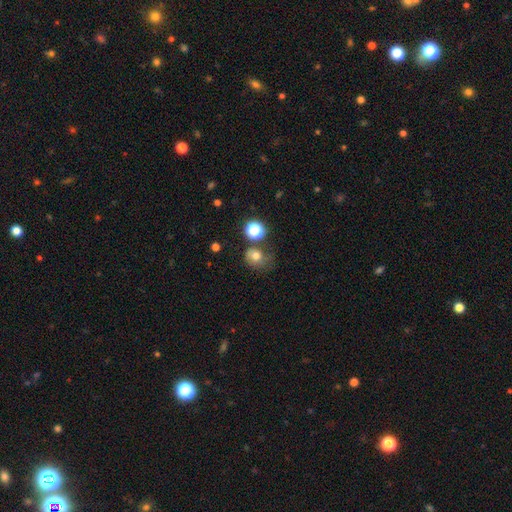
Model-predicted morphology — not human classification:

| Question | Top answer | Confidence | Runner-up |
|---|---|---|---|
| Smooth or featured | smooth | 72% | star or artifact (15%) |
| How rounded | round | 73% | in between (26%) |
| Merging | none | 46% | minor disturbance (24%) |